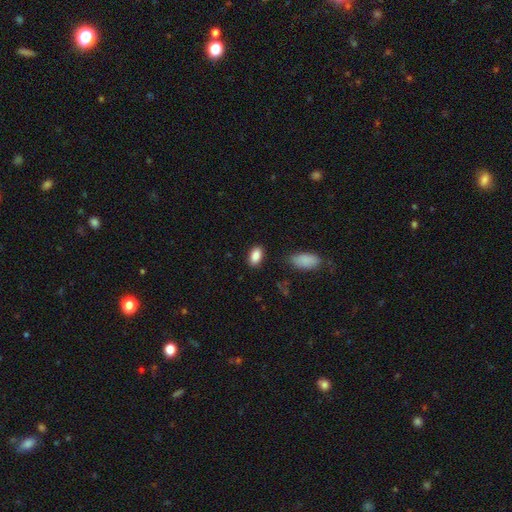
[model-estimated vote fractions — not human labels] This is clearly a smooth galaxy (88%). How rounded: clearly in between (92%). Merging: clearly none (86%).